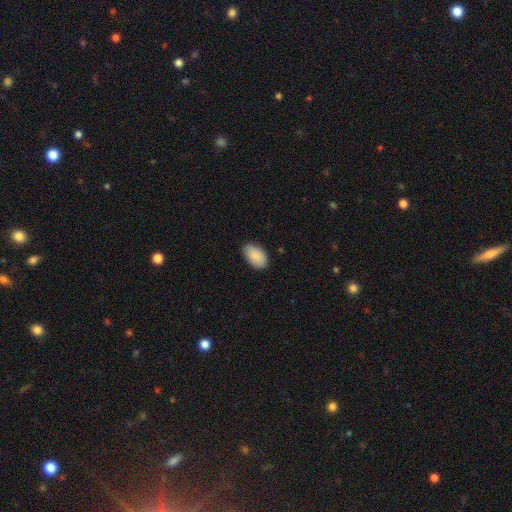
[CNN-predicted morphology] A smooth galaxy with no disk features (87%) that is in between round and cigar-shaped (94%).

Vote fractions:
- Smooth or featured? smooth: 87% / featured or disk: 6% / star or artifact: 6%
- How rounded? in between: 94% / round: 5% / cigar-shaped: 1%
- Merging? none: 81% / minor disturbance: 15% / major disturbance: 2% / merger: 1%